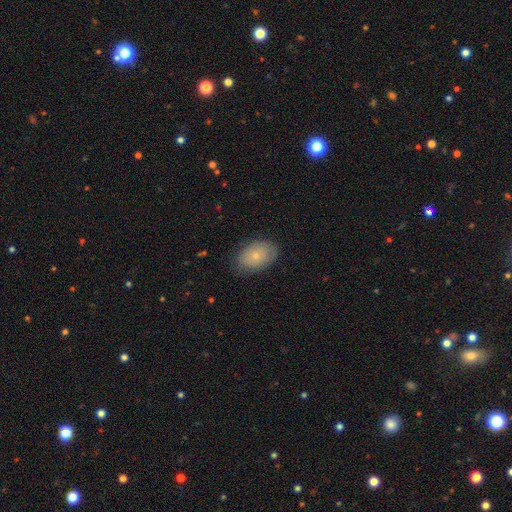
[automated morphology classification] Q: Smooth or featured?
A: smooth (73%); runner-up: featured or disk (19%)
Q: How rounded?
A: in between (86%); runner-up: round (13%)
Q: Merging?
A: none (81%); runner-up: minor disturbance (15%)